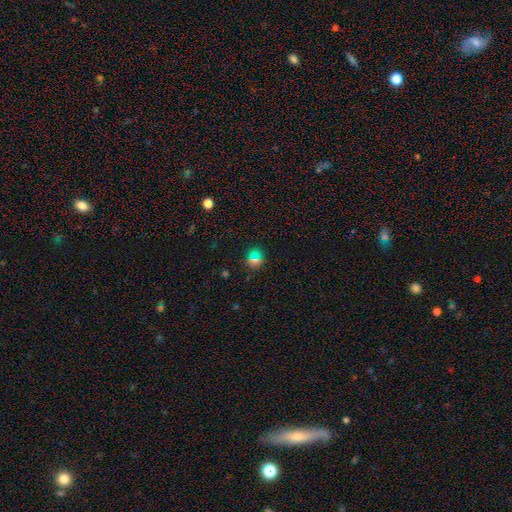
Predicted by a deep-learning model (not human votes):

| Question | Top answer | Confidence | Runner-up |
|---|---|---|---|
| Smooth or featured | smooth | 62% | star or artifact (30%) |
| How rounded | round | 85% | in between (13%) |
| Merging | none | 84% | minor disturbance (8%) |